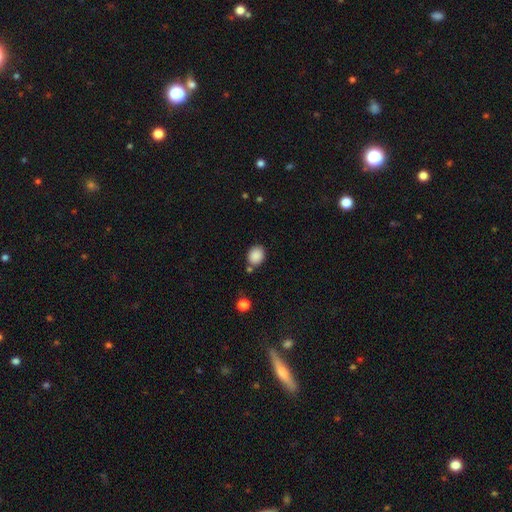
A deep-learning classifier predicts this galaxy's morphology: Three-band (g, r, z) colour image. It shows a smooth galaxy with no disk features (87%) that is round (54%). Merging: none (75%).